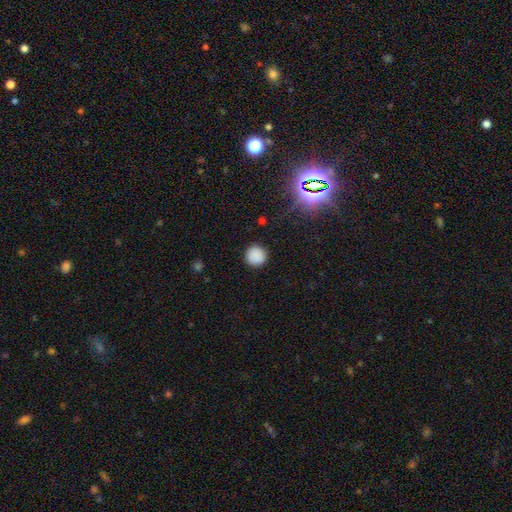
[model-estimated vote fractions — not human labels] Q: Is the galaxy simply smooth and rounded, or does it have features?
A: smooth — 86%.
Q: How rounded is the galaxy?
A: round — 95%.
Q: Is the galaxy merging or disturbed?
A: none — 91%.